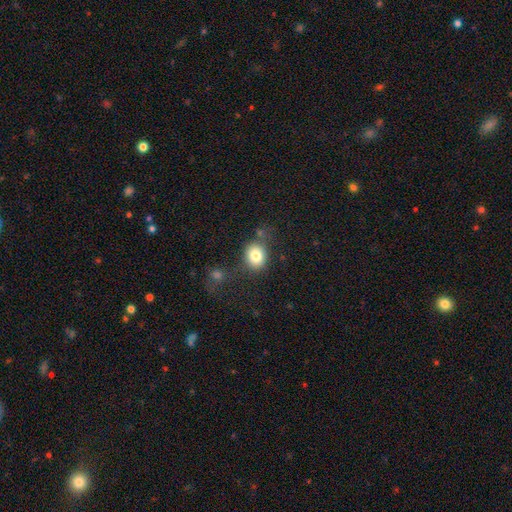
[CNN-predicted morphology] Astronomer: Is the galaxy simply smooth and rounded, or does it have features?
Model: smooth — 81%.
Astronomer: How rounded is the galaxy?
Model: round — 59% (runner-up: in between, 40%).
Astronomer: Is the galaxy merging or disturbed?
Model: none — 70%.